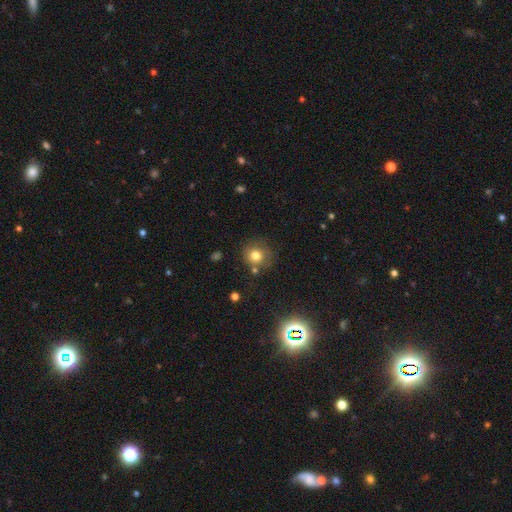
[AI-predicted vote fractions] This is likely a smooth galaxy (77%). How rounded: clearly round (88%). Merging: likely none (75%).